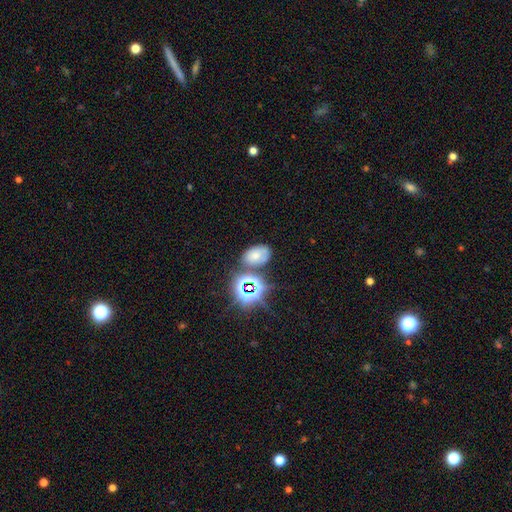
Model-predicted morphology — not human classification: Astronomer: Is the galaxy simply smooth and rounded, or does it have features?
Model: smooth — 56%.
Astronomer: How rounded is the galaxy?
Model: in between — 86%.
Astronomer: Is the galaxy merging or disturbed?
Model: none — 63%.